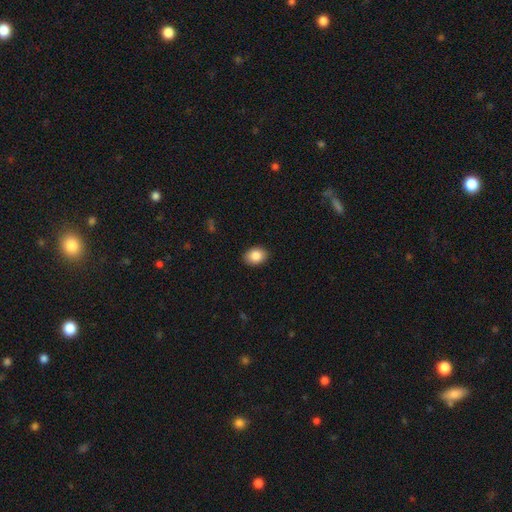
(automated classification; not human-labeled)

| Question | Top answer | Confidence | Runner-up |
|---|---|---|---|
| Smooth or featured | smooth | 87% | star or artifact (8%) |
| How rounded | in between | 68% | round (31%) |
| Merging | none | 89% | minor disturbance (8%) |